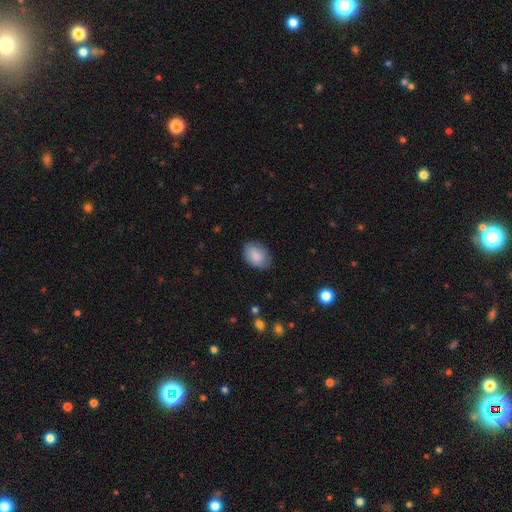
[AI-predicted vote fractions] Smooth or featured? smooth (87%)
How rounded? in between (86%)
Merging? none (82%)